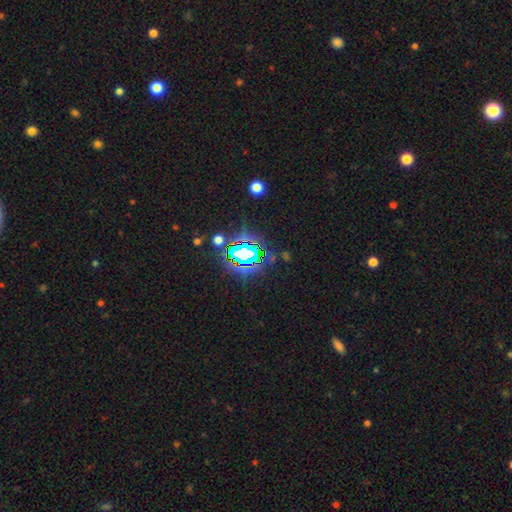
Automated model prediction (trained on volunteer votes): smooth_or_featured: star or artifact (p=0.83) [alt: smooth p=0.11]